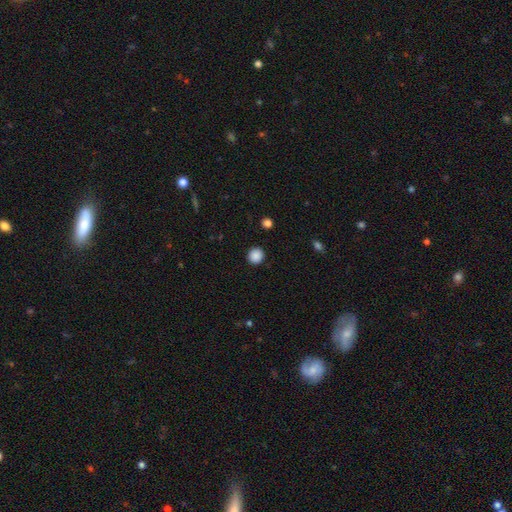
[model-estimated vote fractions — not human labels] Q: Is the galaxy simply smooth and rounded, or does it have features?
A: smooth — 88%.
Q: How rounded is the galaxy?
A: round — 89%.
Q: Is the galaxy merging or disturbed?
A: none — 92%.